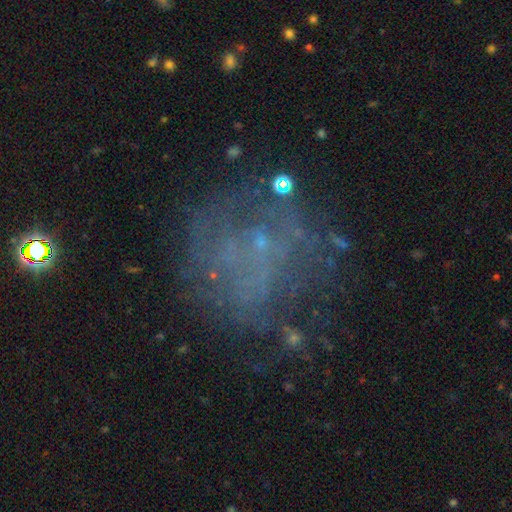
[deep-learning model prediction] smooth-or-featured: featured or disk: 48% | star or artifact: 27% | smooth: 25%
  merging: none: 64% | major disturbance: 17% | minor disturbance: 16% | merger: 3%